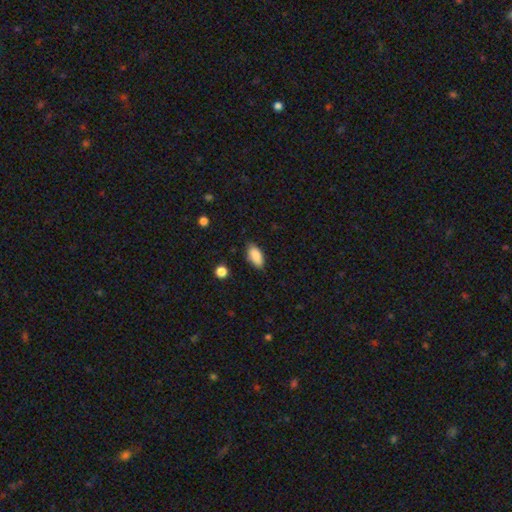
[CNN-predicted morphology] This is clearly a smooth galaxy (87%). How rounded: clearly in between (91%). Merging: likely none (79%).